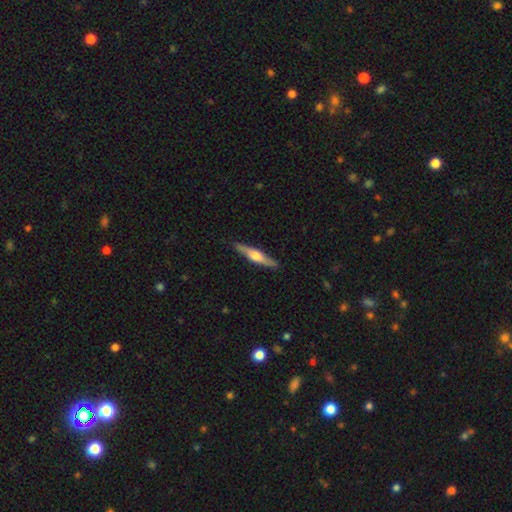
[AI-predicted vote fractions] Smooth or featured? Predicted: featured or disk (p=0.67). Edge-on disk? Predicted: yes (p=0.97). Edge-on bulge? Predicted: rounded (p=0.90). Merging? Predicted: none (p=0.89).